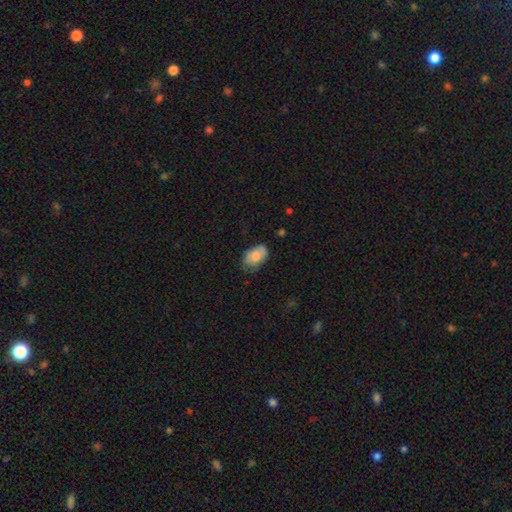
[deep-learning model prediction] Smooth or featured: smooth — 77% (featured or disk — 16%)
How rounded: in between — 89% (round — 10%)
Merging: none — 62% (minor disturbance — 30%)